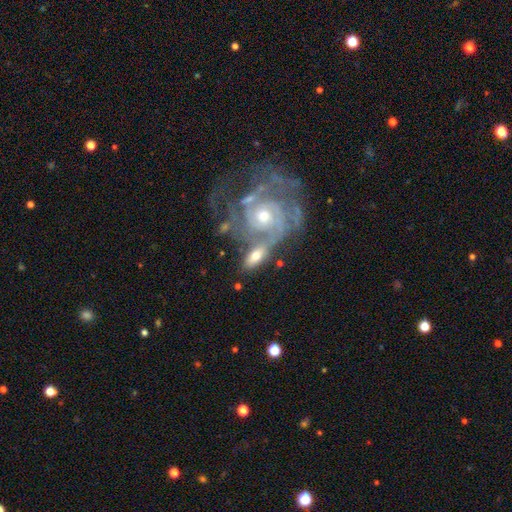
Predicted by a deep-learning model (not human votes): featured or disk 60%, smooth 33%, star or artifact 7%. Down the decision tree: edge-on disk — no (91%); bar — no (69%); spiral arms — yes (85%); bulge size — moderate (58%); merging — none (39%).